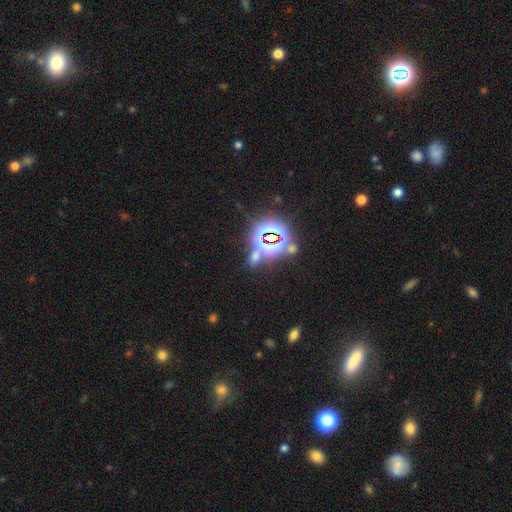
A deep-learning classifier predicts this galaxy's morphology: type=star or artifact (59%).